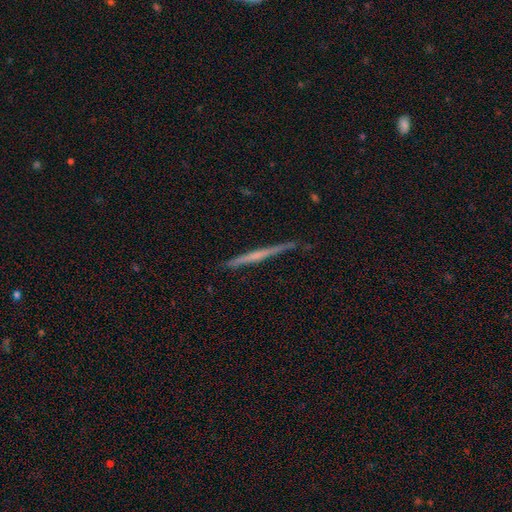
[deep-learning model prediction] smooth-or-featured: featured or disk: 61% | smooth: 33% | star or artifact: 6%
  disk-edge-on: yes: 98% | no: 2%
    edge-on-bulge: none: 73% | rounded: 20% | boxy: 7%
  merging: none: 87% | minor disturbance: 10% | major disturbance: 2% | merger: 1%